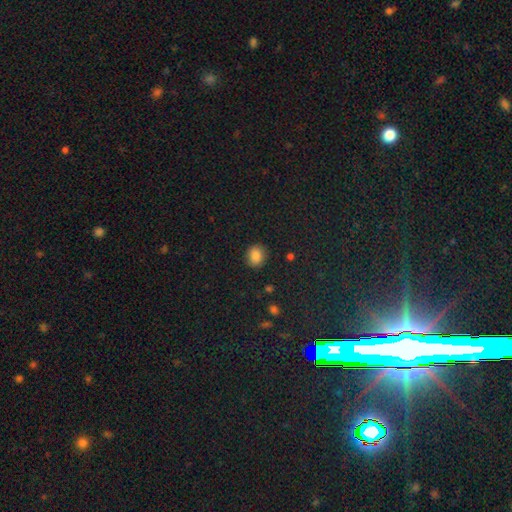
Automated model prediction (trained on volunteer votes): Q: Smooth or featured?
A: smooth (85%); runner-up: star or artifact (10%)
Q: How rounded?
A: round (71%); runner-up: in between (28%)
Q: Merging?
A: none (88%); runner-up: minor disturbance (8%)